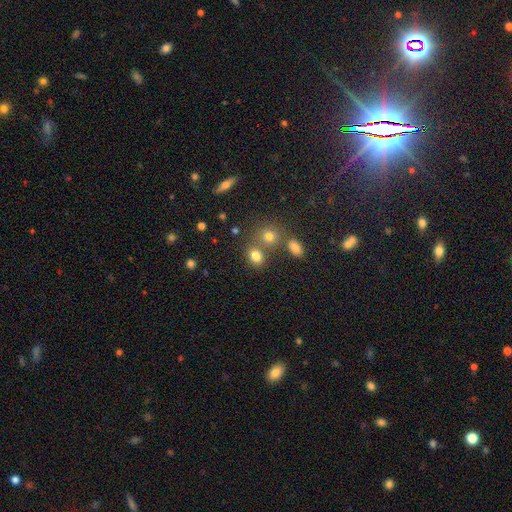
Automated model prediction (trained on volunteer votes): The model was most divided on "how rounded": in between: 52%, round: 46%, cigar-shaped: 2%. More confident: smooth or featured — smooth (78%); merging — none (59%).